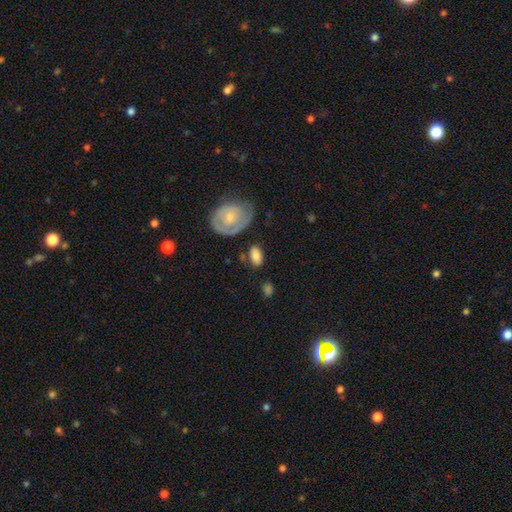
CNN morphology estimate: Smooth or featured?
  - smooth: 78% *
  - featured or disk: 15%
  - star or artifact: 7%
How rounded?
  - in between: 89% *
  - round: 8%
  - cigar-shaped: 3%
Merging?
  - none: 69% *
  - minor disturbance: 20%
  - major disturbance: 7%
  - merger: 5%